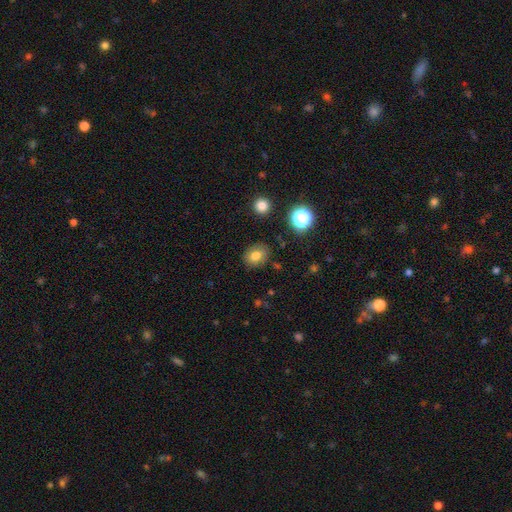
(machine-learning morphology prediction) smooth_or_featured: smooth (p=0.77) [alt: star or artifact p=0.12]
how_rounded: in between (p=0.52) [alt: round p=0.47]
merging: none (p=0.84) [alt: minor disturbance p=0.11]